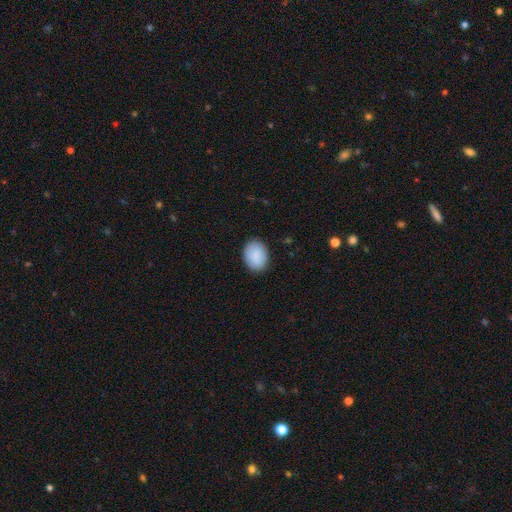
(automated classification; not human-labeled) smooth_or_featured: smooth (p=0.90) [alt: star or artifact p=0.06]
how_rounded: in between (p=0.73) [alt: round p=0.26]
merging: none (p=0.88) [alt: minor disturbance p=0.09]